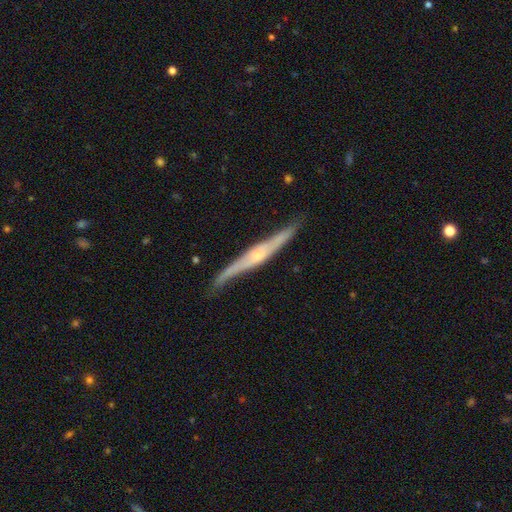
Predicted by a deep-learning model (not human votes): Morphology: type=featured or disk (80%); edge-on=yes (92%); edge-on bulge=rounded (66%); merging=none (79%).